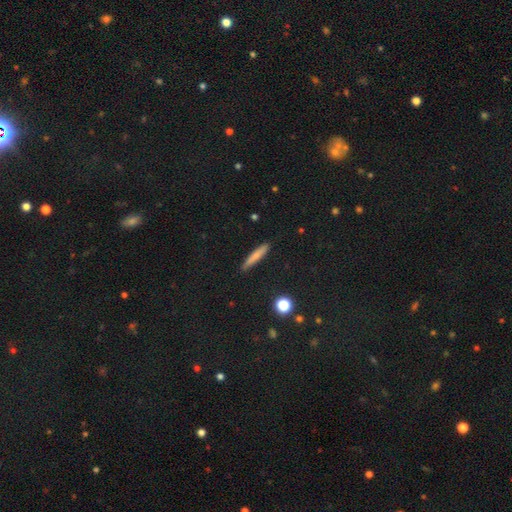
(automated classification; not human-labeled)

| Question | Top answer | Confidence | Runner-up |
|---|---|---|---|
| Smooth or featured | smooth | 73% | featured or disk (20%) |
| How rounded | cigar-shaped | 93% | in between (5%) |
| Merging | none | 89% | minor disturbance (8%) |